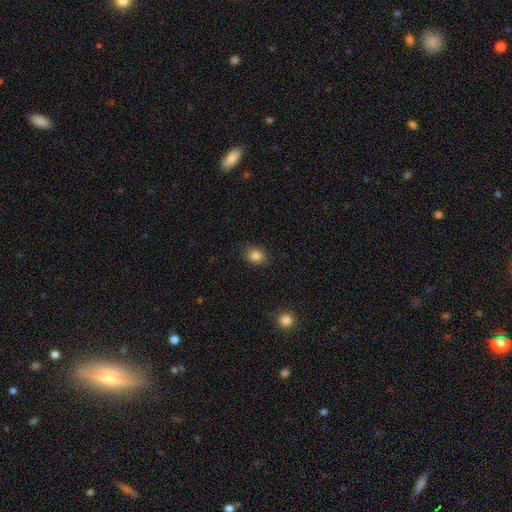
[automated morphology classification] A smooth galaxy with no disk features (84%) that is in between round and cigar-shaped (61%).

Vote fractions:
- Smooth or featured? smooth: 84% / star or artifact: 11% / featured or disk: 6%
- How rounded? in between: 61% / round: 38% / cigar-shaped: 1%
- Merging? none: 88% / minor disturbance: 9% / major disturbance: 2% / merger: 1%